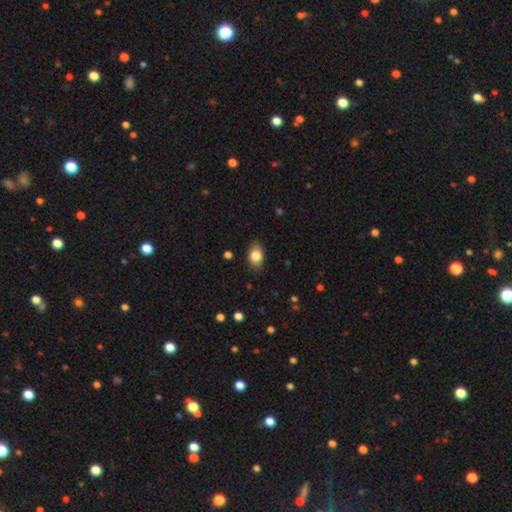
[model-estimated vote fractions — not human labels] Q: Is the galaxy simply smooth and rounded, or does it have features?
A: smooth — 82%.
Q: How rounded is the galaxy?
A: in between — 83%.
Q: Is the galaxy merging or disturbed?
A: none — 84%.